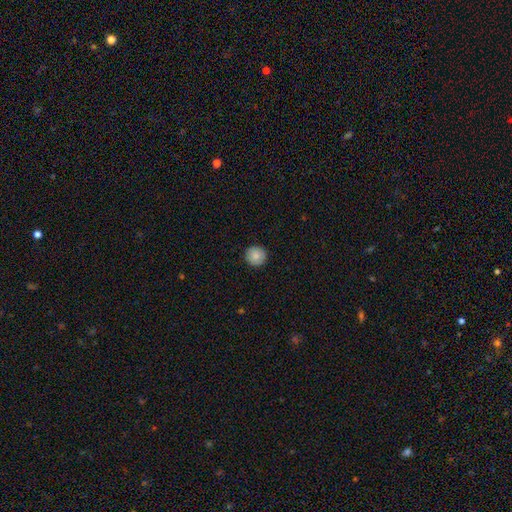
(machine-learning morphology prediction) The model was most divided on "smooth or featured": smooth: 85%, star or artifact: 8%, featured or disk: 7%. More confident: how rounded — round (94%); merging — none (91%).